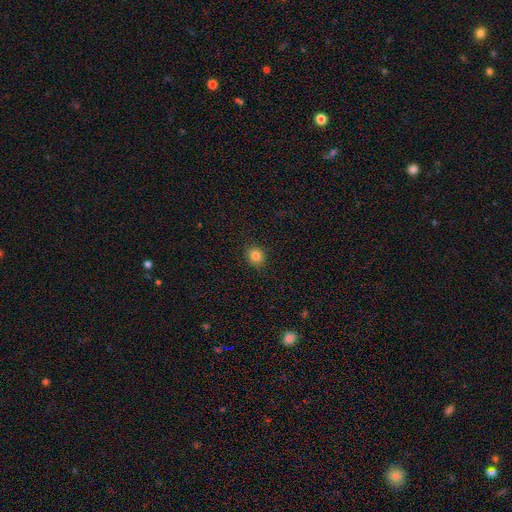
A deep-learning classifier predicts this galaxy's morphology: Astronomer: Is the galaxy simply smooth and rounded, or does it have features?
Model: smooth — 84%.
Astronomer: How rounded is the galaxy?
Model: round — 75%.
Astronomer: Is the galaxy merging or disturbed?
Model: none — 89%.